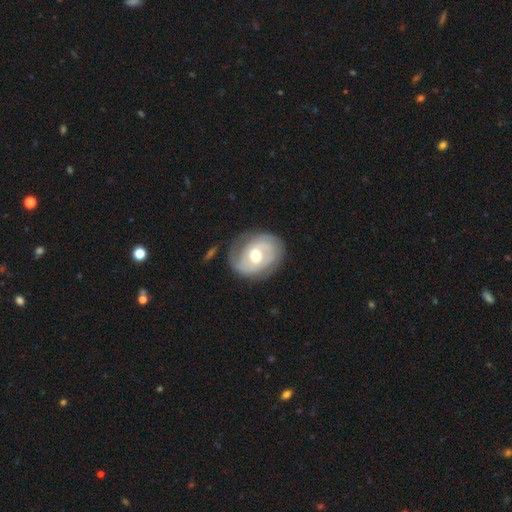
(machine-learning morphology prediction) smooth-or-featured: featured or disk: 77% | smooth: 18% | star or artifact: 5%
  disk-edge-on: no: 97% | yes: 3%
    bar: no: 48% | weak: 40% | strong: 12%
    has-spiral-arms: yes: 84% | no: 16%
      spiral-winding: tight: 49% | medium: 36% | loose: 16%
      spiral-arm-count: 2: 68% | can't tell: 16% | 1: 7% | 3: 5% | 4: 2% | more than 4: 2%
    bulge-size: moderate: 76% | small: 13% | large: 9% | dominant: 1% | none: 1%
  merging: none: 72% | minor disturbance: 18% | major disturbance: 8% | merger: 2%